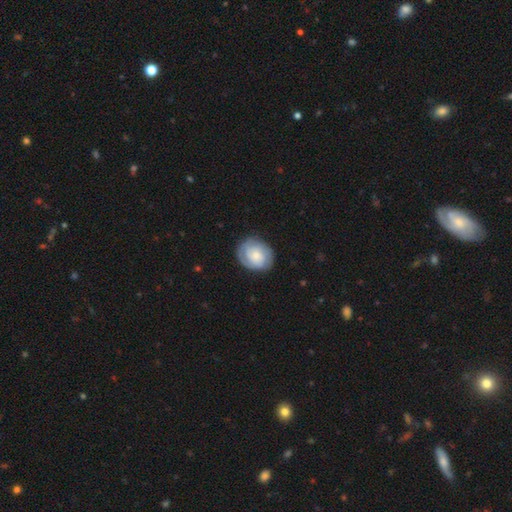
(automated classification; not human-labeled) A featured or disk galaxy (59%) with no bar (75%), 2 (36%) tight (64%) spiral arms (88%) and a small central bulge (55%).

Vote fractions:
- Smooth or featured? featured or disk: 59% / smooth: 35% / star or artifact: 6%
- Edge-on disk? no: 98% / yes: 2%
- Bar? no: 75% / weak: 22% / strong: 4%
- Spiral arms? yes: 88% / no: 12%
- Spiral winding? tight: 64% / medium: 28% / loose: 8%
- Spiral arm count? 2: 36% / can't tell: 31% / 3: 19% / 1: 6% / 4: 4% / more than 4: 4%
- Bulge size? small: 55% / moderate: 34% / large: 5% / none: 5% / dominant: 1%
- Merging? none: 79% / minor disturbance: 15% / major disturbance: 5% / merger: 1%